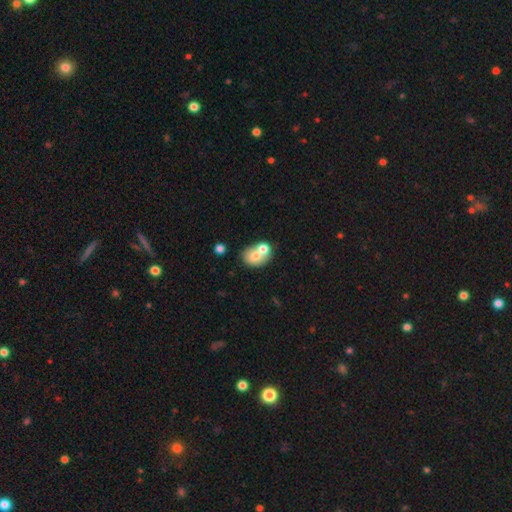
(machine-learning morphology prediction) Smooth or featured? Predicted: smooth (p=0.66). How rounded? Predicted: in between (p=0.56). Merging? Predicted: merger (p=0.51).